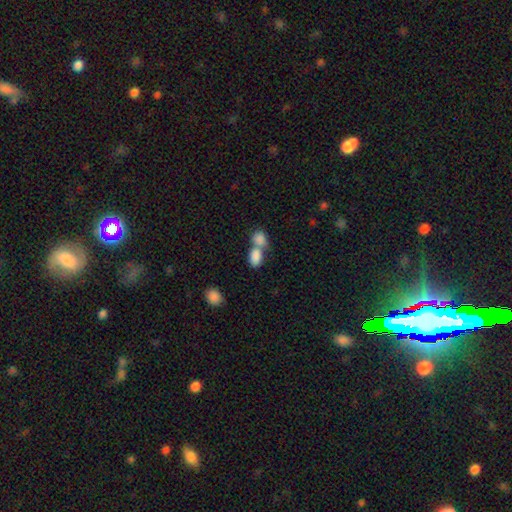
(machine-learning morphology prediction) Smooth or featured: smooth — 85% (featured or disk — 8%)
How rounded: in between — 85% (round — 13%)
Merging: merger — 66% (none — 24%)